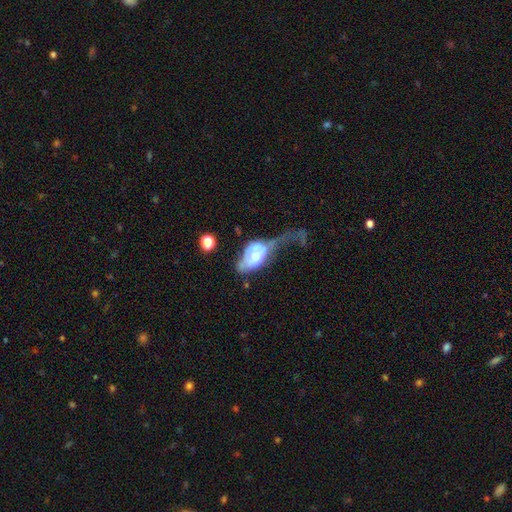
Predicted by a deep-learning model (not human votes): This appears to be a featured or disk galaxy (55%). Merging: major disturbance (62%).